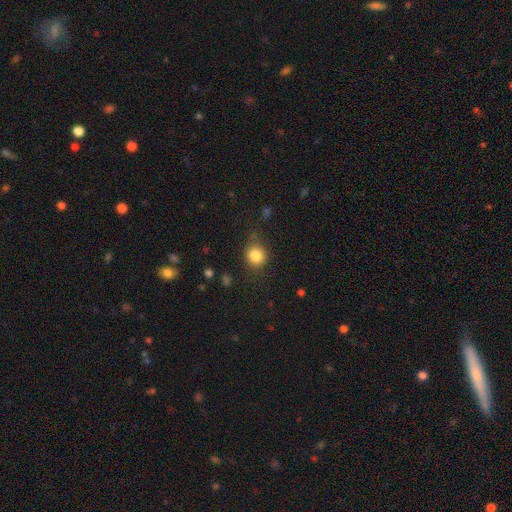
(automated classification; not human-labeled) Smooth or featured?
  - smooth: 84% *
  - star or artifact: 11%
  - featured or disk: 6%
How rounded?
  - round: 81% *
  - in between: 18%
  - cigar-shaped: 1%
Merging?
  - none: 77% *
  - minor disturbance: 16%
  - major disturbance: 5%
  - merger: 2%